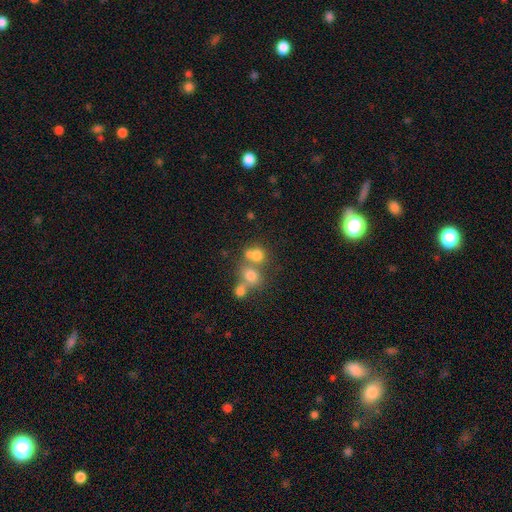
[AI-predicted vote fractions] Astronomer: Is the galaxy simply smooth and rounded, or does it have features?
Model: smooth — 65%.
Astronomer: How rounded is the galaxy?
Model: round — 67%.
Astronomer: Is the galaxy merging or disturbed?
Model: merger — 49% (runner-up: none, 37%).